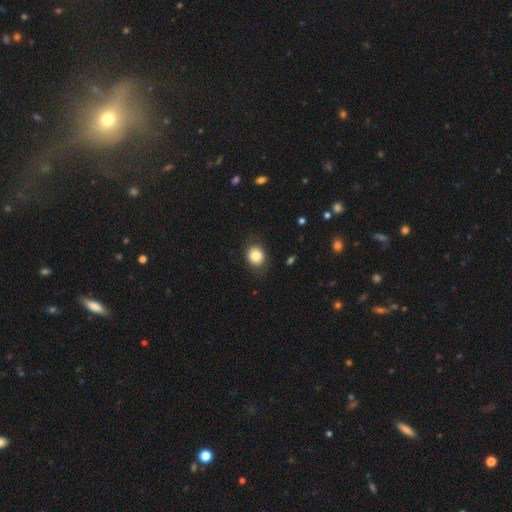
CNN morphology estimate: Smooth or featured?
  - smooth: 81% *
  - featured or disk: 10%
  - star or artifact: 9%
How rounded?
  - round: 61% *
  - in between: 38%
  - cigar-shaped: 1%
Merging?
  - none: 80% *
  - minor disturbance: 14%
  - major disturbance: 4%
  - merger: 1%